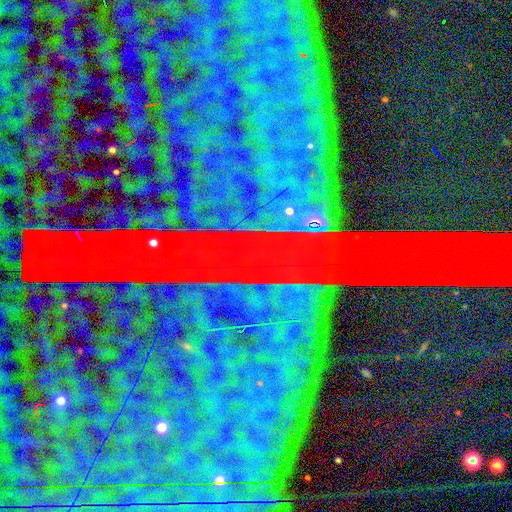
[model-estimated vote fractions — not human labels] Smooth or featured: star or artifact — 87% (featured or disk — 7%)